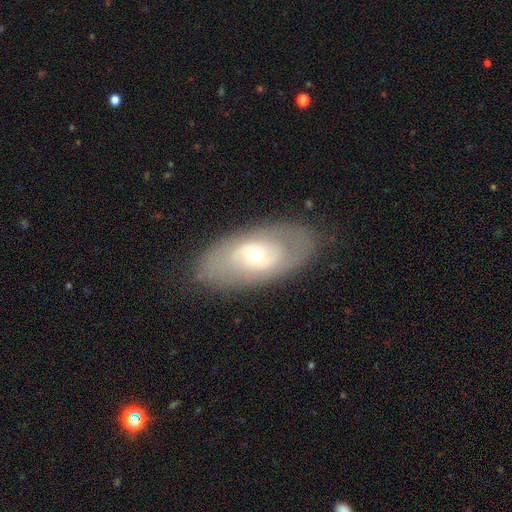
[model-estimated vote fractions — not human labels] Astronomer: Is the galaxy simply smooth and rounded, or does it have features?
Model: featured or disk — 58% (runner-up: smooth, 35%).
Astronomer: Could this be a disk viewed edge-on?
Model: no — 87%.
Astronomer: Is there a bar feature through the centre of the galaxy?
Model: no — 68%.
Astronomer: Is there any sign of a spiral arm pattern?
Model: no — 63%.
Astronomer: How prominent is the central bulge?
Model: moderate — 59%.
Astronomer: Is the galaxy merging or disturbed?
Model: none — 82%.